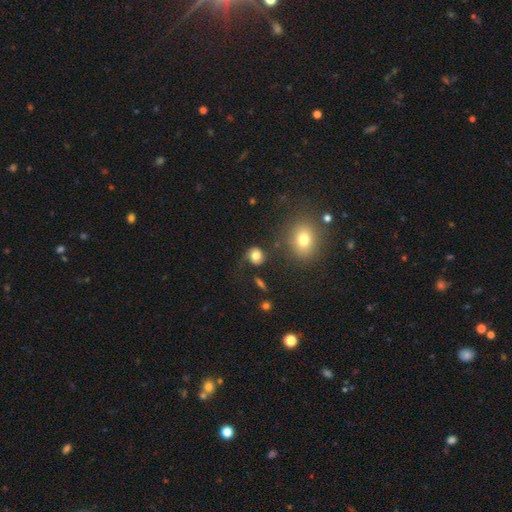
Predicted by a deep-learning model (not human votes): smooth 72%, featured or disk 17%, star or artifact 11%. Down the decision tree: how rounded — round (74%); merging — none (59%).